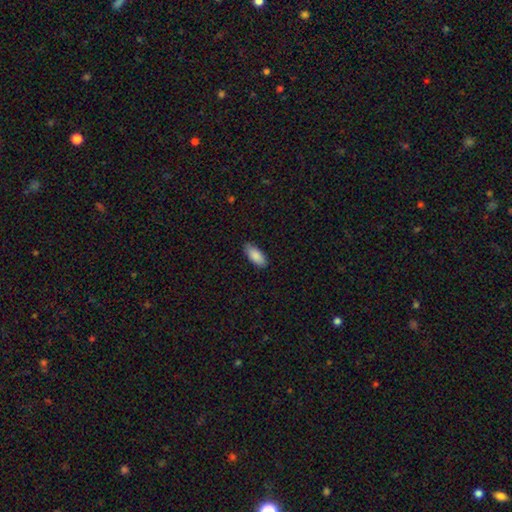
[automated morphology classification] Q: Smooth or featured?
A: smooth (89%); runner-up: star or artifact (6%)
Q: How rounded?
A: in between (87%); runner-up: cigar-shaped (11%)
Q: Merging?
A: none (84%); runner-up: minor disturbance (13%)